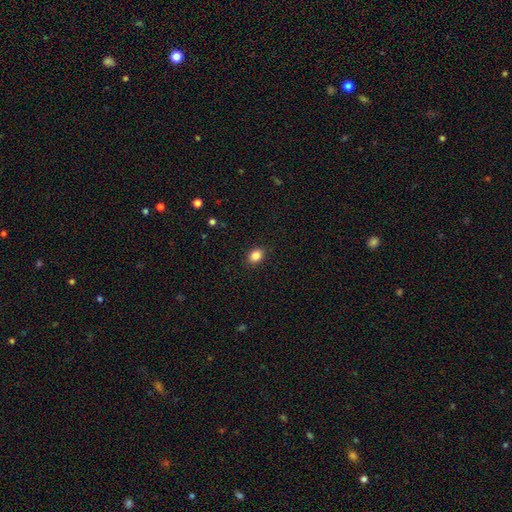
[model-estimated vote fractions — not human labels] Overall: smooth (85%). How rounded: in between (57%; round 42%). Merging: none (89%).